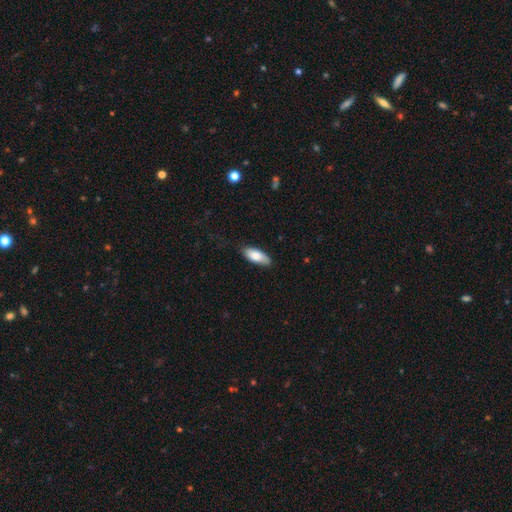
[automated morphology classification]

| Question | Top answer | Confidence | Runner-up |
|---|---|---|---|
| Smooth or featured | smooth | 80% | featured or disk (14%) |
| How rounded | in between | 81% | cigar-shaped (17%) |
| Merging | none | 81% | minor disturbance (15%) |